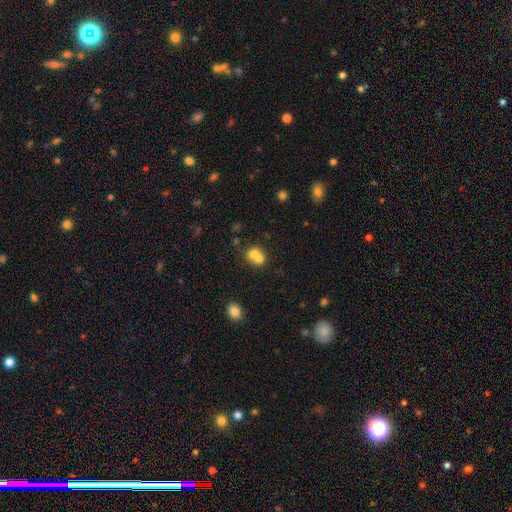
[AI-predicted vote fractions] Smooth or featured: smooth — 70% (featured or disk — 19%)
How rounded: round — 77% (in between — 22%)
Merging: merger — 63% (none — 29%)